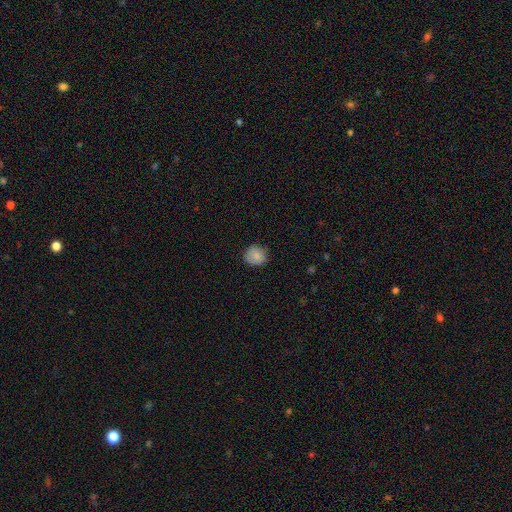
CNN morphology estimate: This is clearly a smooth galaxy (84%). How rounded: clearly round (85%). Merging: clearly none (82%).